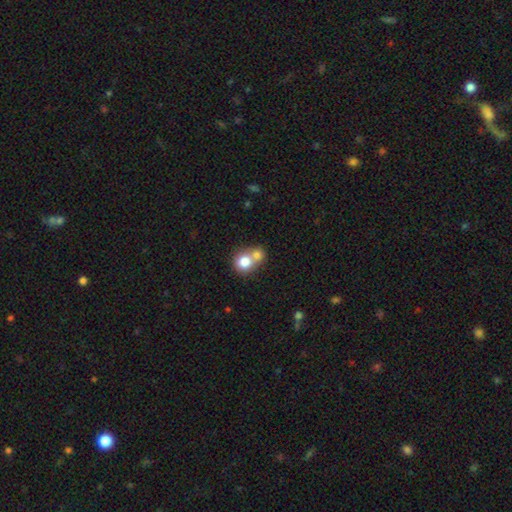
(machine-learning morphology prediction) A smooth galaxy with no disk features (76%) that is round (79%). Merging: merger (57%).